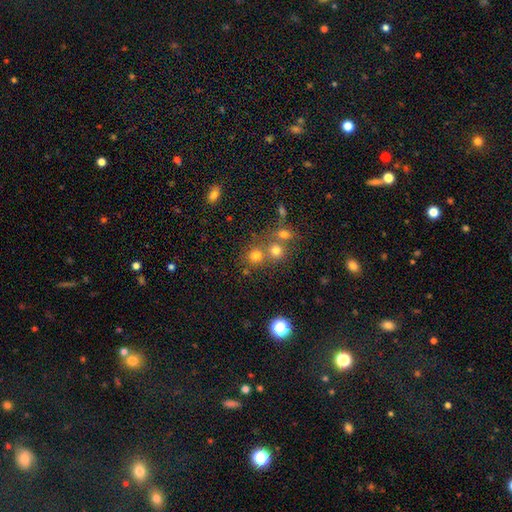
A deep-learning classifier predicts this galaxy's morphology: The model was most divided on "merging": none: 57%, merger: 32%, minor disturbance: 7%, major disturbance: 4%. More confident: how rounded — round (87%); smooth or featured — smooth (72%).